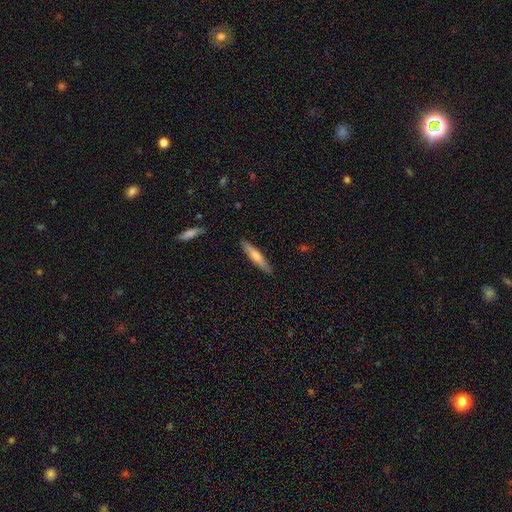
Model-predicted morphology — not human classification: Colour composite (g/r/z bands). It shows a smooth galaxy with no disk features (51%) that is cigar-shaped (90%). Merging: none (90%).